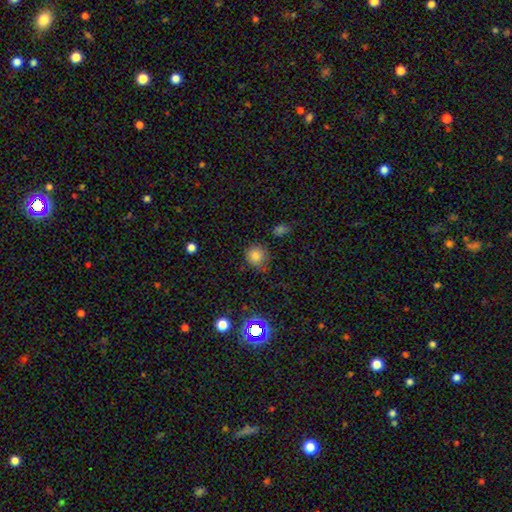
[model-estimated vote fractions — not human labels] The model was most divided on "merging": none: 79%, minor disturbance: 15%, major disturbance: 4%, merger: 3%. More confident: how rounded — round (89%); smooth or featured — smooth (80%).